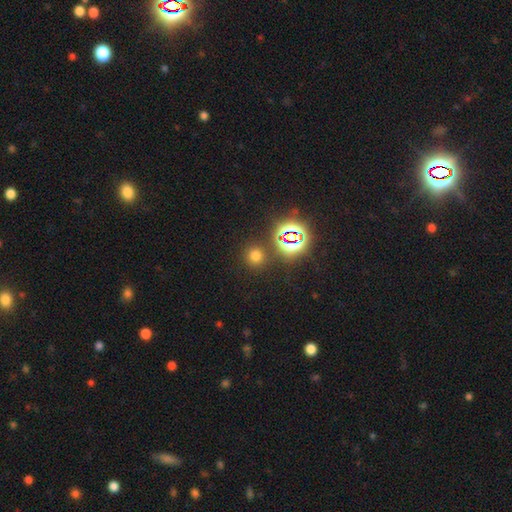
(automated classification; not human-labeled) A smooth galaxy with no disk features (63%) that is round (91%). Merging: none (84%).